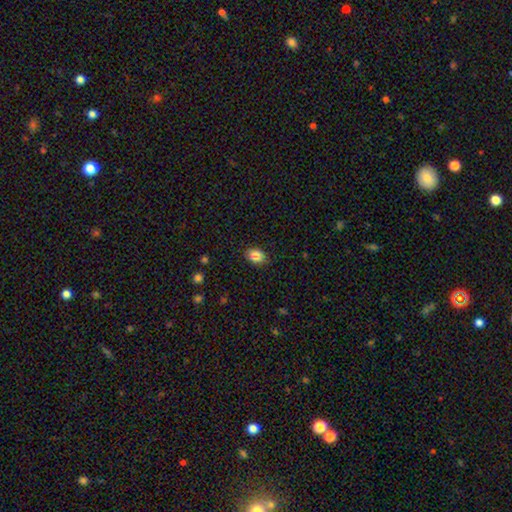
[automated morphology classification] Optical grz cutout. It shows a smooth galaxy with no disk features (86%) that is in between round and cigar-shaped (75%). Merging: none (86%).